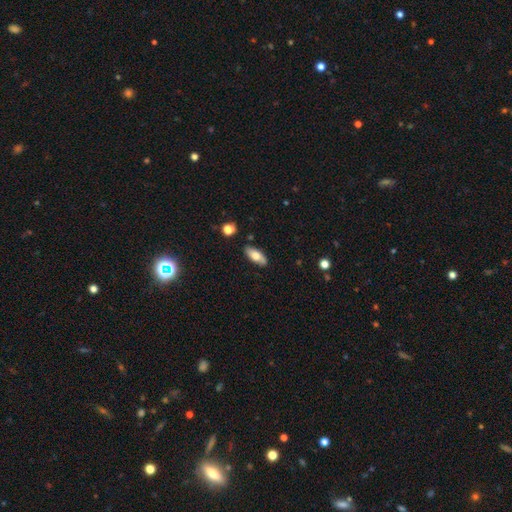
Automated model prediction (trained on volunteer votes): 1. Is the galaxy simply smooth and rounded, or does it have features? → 69% smooth, 25% featured or disk, 6% star or artifact.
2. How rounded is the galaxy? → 83% in between, 15% cigar-shaped, 3% round.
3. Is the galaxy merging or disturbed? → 84% none, 12% minor disturbance, 2% merger, 2% major disturbance.